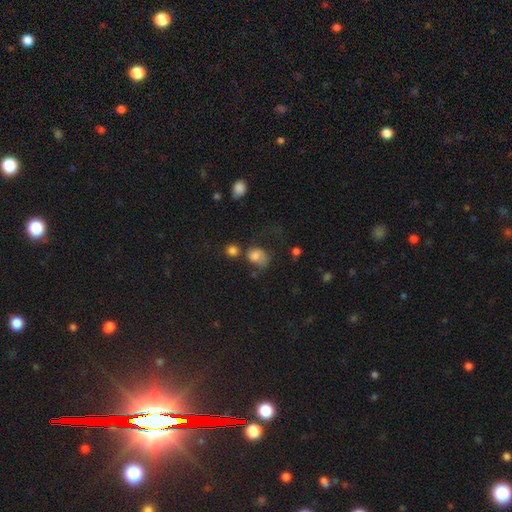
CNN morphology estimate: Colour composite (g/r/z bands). It shows a smooth galaxy with no disk features (79%) that is in between round and cigar-shaped (51%). Merging: none (36%).